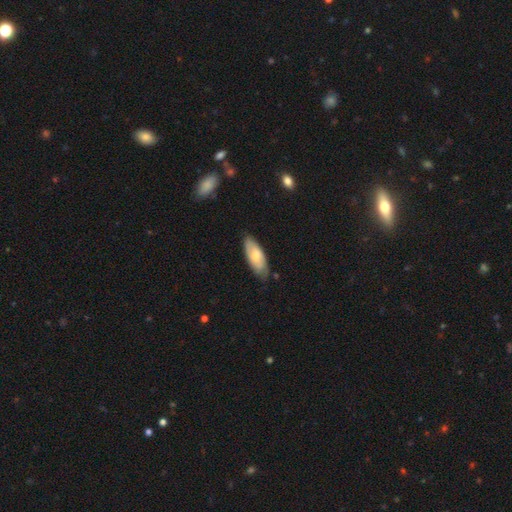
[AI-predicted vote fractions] Smooth or featured?
  - smooth: 57% *
  - featured or disk: 38%
  - star or artifact: 6%
How rounded?
  - in between: 78% *
  - cigar-shaped: 20%
  - round: 2%
Merging?
  - none: 73% *
  - minor disturbance: 22%
  - major disturbance: 4%
  - merger: 2%